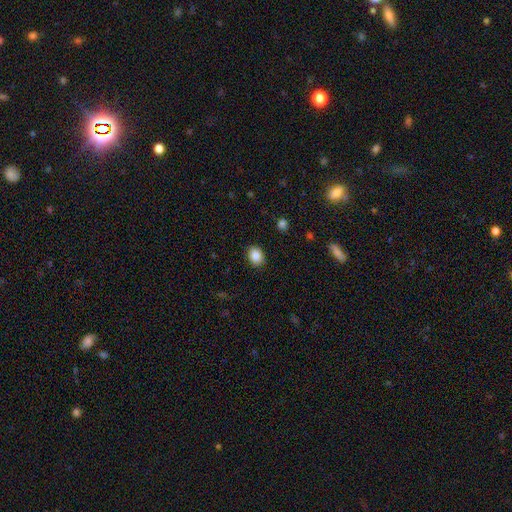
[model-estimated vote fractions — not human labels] Morphology: type=smooth (86%); roundness=in between (57%); merging=none (90%).